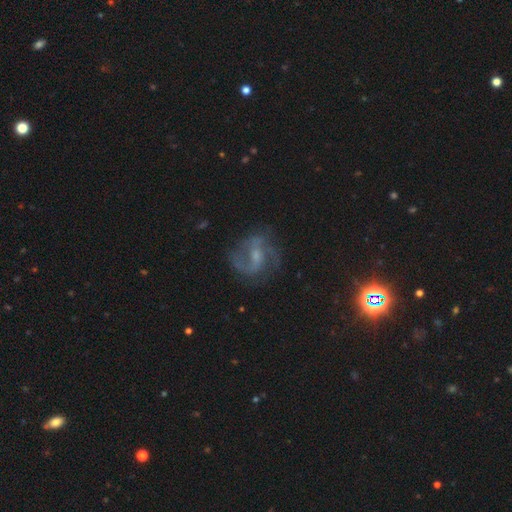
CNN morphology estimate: A featured or disk galaxy (81%) with a weak bar (54%), 2 (76%) medium (53%) spiral arms (95%) and a small central bulge (44%).

Vote fractions:
- Smooth or featured? featured or disk: 81% / star or artifact: 10% / smooth: 9%
- Edge-on disk? no: 97% / yes: 3%
- Bar? weak: 54% / no: 23% / strong: 22%
- Spiral arms? yes: 95% / no: 5%
- Spiral winding? medium: 53% / loose: 30% / tight: 17%
- Spiral arm count? 2: 76% / can't tell: 9% / 3: 7% / 1: 4% / 4: 2% / more than 4: 2%
- Bulge size? small: 44% / moderate: 32% / none: 19% / large: 3% / dominant: 1%
- Merging? none: 71% / minor disturbance: 17% / major disturbance: 11% / merger: 2%